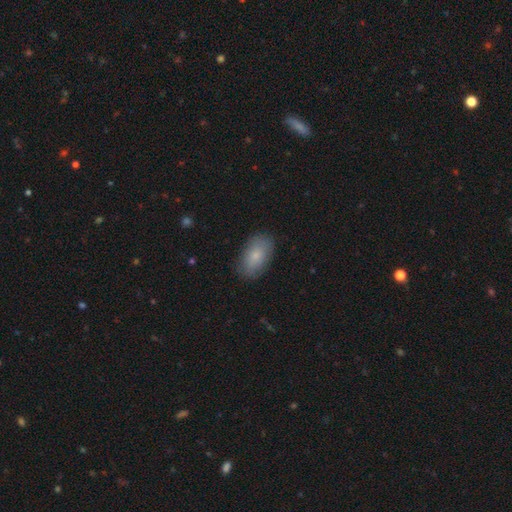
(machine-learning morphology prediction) A smooth galaxy with no disk features (80%) that is in between round and cigar-shaped (93%).

Vote fractions:
- Smooth or featured? smooth: 80% / featured or disk: 13% / star or artifact: 7%
- How rounded? in between: 93% / round: 5% / cigar-shaped: 2%
- Merging? none: 83% / minor disturbance: 13% / major disturbance: 3% / merger: 1%